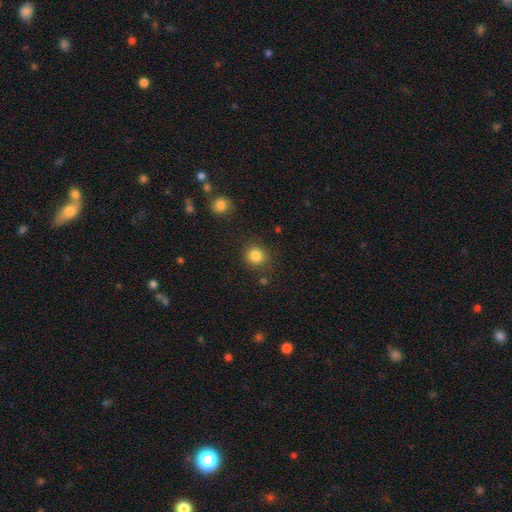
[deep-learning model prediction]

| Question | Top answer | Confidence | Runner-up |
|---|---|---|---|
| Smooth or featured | smooth | 84% | star or artifact (11%) |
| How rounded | round | 88% | in between (11%) |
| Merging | none | 85% | minor disturbance (9%) |